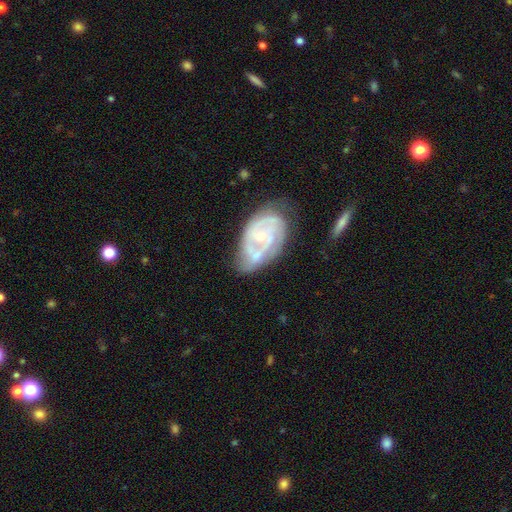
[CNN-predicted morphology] smooth_or_featured: featured or disk (p=0.80) [alt: smooth p=0.15]
disk_edge_on: no (p=0.97) [alt: yes p=0.03]
bar: no (p=0.69) [alt: weak p=0.25]
has_spiral_arms: yes (p=0.83) [alt: no p=0.17]
spiral_winding: tight (p=0.53) [alt: medium p=0.36]
spiral_arm_count: 2 (p=0.43) [alt: can't tell p=0.28]
bulge_size: small (p=0.60) [alt: moderate p=0.36]
merging: none (p=0.52) [alt: minor disturbance p=0.28]